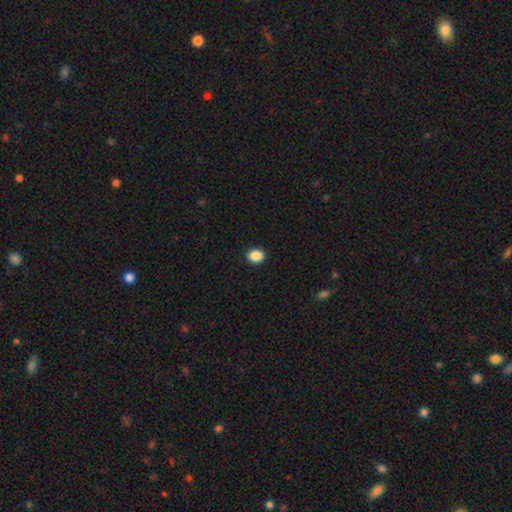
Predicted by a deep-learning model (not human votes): Smooth or featured?
  - smooth: 88% *
  - star or artifact: 9%
  - featured or disk: 3%
How rounded?
  - round: 57% *
  - in between: 42%
  - cigar-shaped: 1%
Merging?
  - none: 92% *
  - minor disturbance: 6%
  - major disturbance: 2%
  - merger: 1%